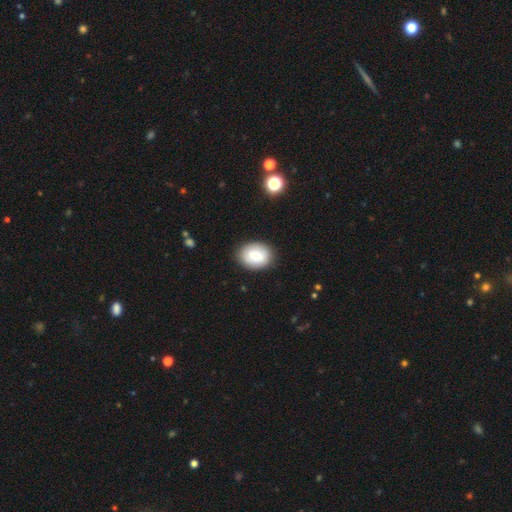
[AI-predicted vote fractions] Q: Smooth or featured?
A: smooth (73%); runner-up: featured or disk (19%)
Q: How rounded?
A: in between (55%); runner-up: round (44%)
Q: Merging?
A: none (87%); runner-up: minor disturbance (9%)